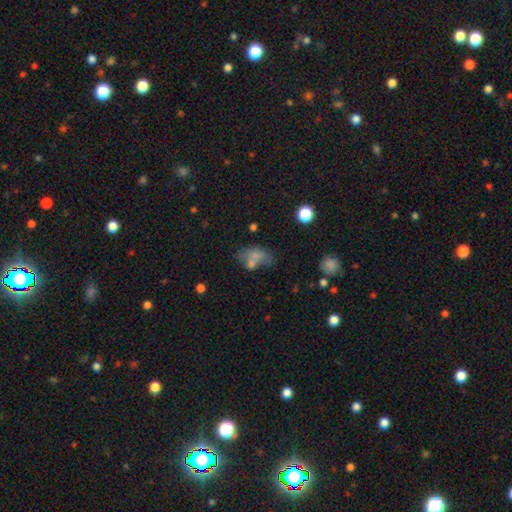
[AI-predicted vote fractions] This is likely a smooth galaxy (66%). How rounded: clearly in between (85%). Merging: marginally none (37%).